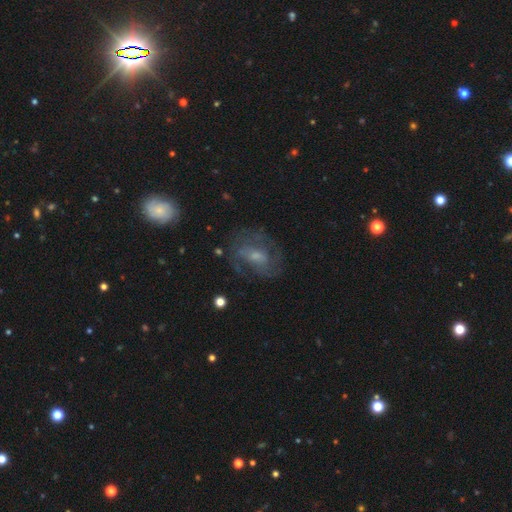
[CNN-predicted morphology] Smooth or featured? Predicted: featured or disk (p=0.69). Edge-on disk? Predicted: no (p=0.96). Bar? Predicted: weak (p=0.44). Spiral arms? Predicted: yes (p=0.78). Spiral winding? Predicted: medium (p=0.45). Spiral arm count? Predicted: 2 (p=0.45). Bulge size? Predicted: small (p=0.53). Merging? Predicted: none (p=0.65).